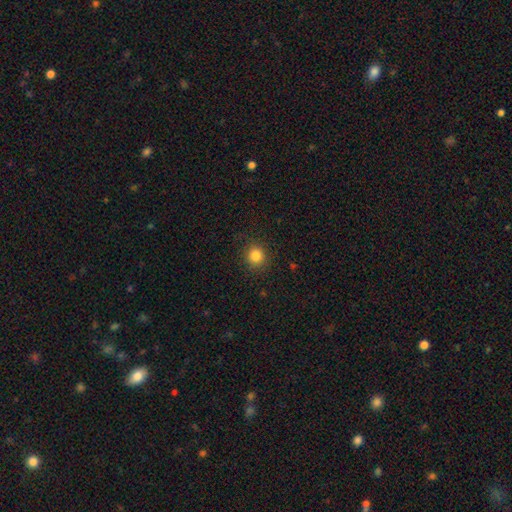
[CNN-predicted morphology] The model was most divided on "smooth or featured": smooth: 84%, star or artifact: 12%, featured or disk: 4%. More confident: merging — none (89%); how rounded — round (89%).